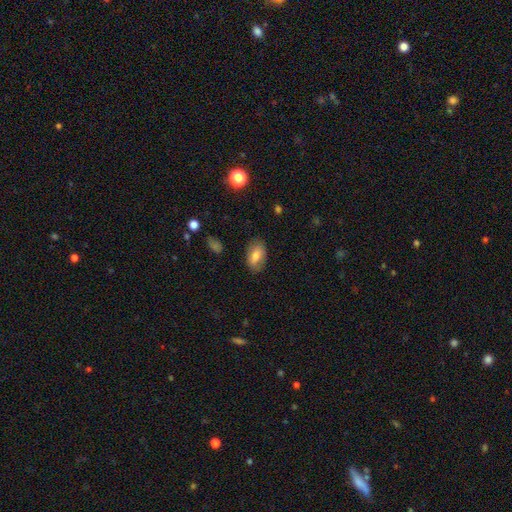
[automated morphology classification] smooth-or-featured: smooth: 74% | featured or disk: 18% | star or artifact: 8%
  how-rounded: in between: 91% | round: 7% | cigar-shaped: 2%
  merging: none: 81% | minor disturbance: 14% | major disturbance: 4% | merger: 1%